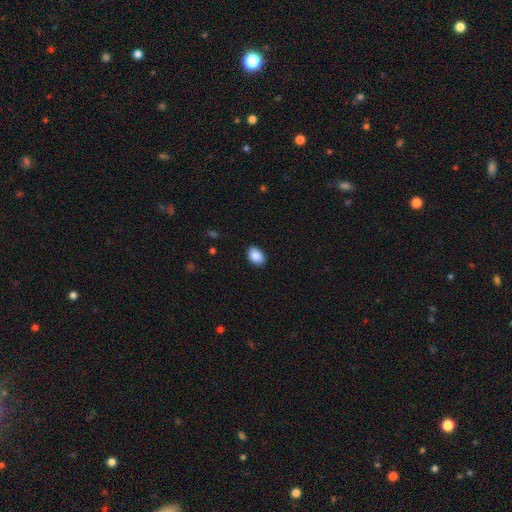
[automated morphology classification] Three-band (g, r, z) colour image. It shows a smooth galaxy with no disk features (89%) that is in between round and cigar-shaped (81%). Merging: none (88%).